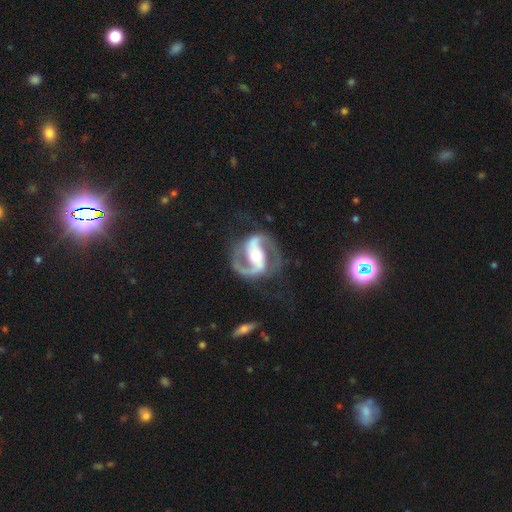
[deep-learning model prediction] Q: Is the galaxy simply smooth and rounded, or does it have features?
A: featured or disk — 92%.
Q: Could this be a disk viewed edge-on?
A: no — 98%.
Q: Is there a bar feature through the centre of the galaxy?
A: strong — 55%.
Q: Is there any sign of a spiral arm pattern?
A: yes — 97%.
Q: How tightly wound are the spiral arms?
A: medium — 60%.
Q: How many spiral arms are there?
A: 2 — 93%.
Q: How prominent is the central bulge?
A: moderate — 70%.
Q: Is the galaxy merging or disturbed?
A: none — 77%.